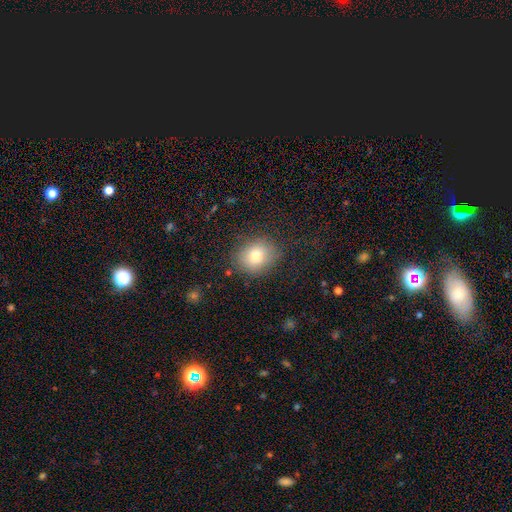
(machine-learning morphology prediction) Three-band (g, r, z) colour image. It shows a smooth galaxy with no disk features (79%) that is round (58%). Merging: none (81%).